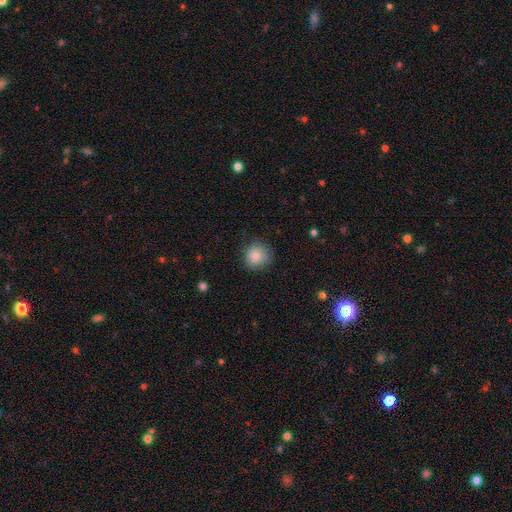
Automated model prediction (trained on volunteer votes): The model was most divided on "merging": none: 80%, minor disturbance: 15%, major disturbance: 4%, merger: 1%. More confident: how rounded — round (90%); smooth or featured — smooth (84%).